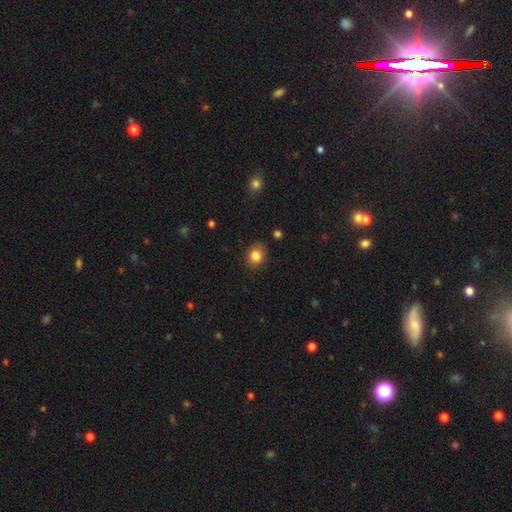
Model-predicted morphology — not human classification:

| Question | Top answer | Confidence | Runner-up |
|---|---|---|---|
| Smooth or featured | smooth | 84% | star or artifact (10%) |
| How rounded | round | 61% | in between (38%) |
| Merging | none | 83% | minor disturbance (13%) |